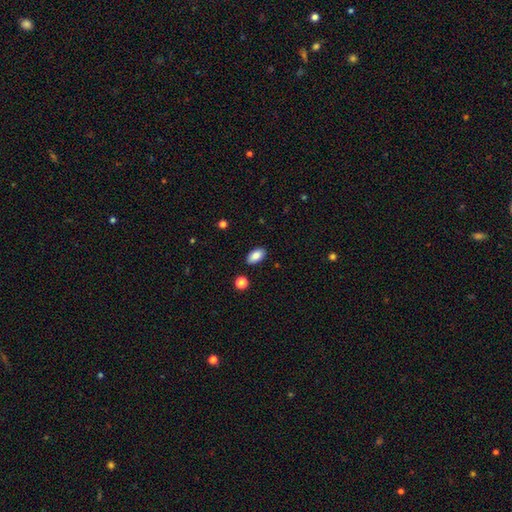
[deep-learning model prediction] Smooth or featured? smooth (86%)
How rounded? in between (93%)
Merging? none (88%)